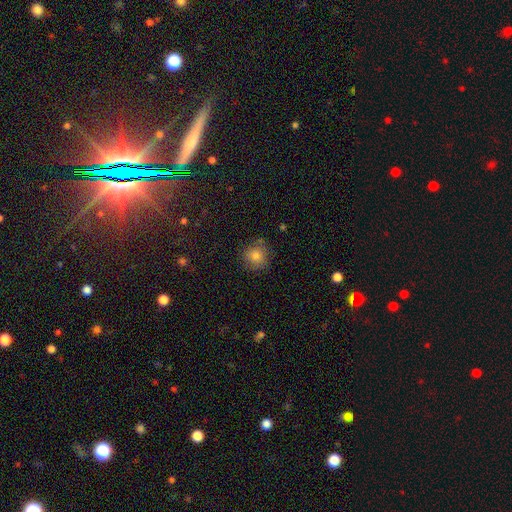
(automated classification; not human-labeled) A smooth galaxy with no disk features (80%) that is round (92%).

Vote fractions:
- Smooth or featured? smooth: 80% / star or artifact: 12% / featured or disk: 8%
- How rounded? round: 92% / in between: 7% / cigar-shaped: 1%
- Merging? none: 83% / minor disturbance: 12% / major disturbance: 3% / merger: 2%